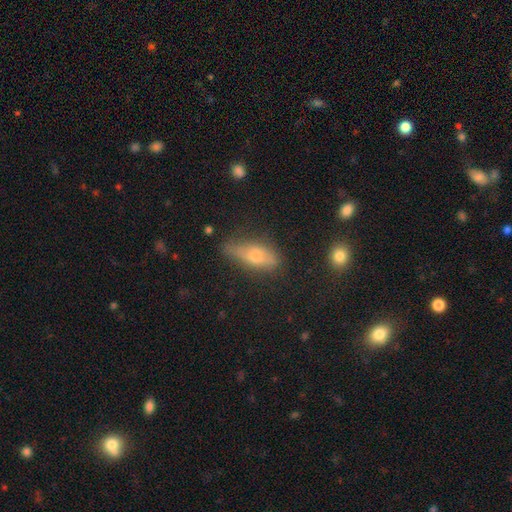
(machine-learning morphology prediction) This is possibly a smooth galaxy (53%). How rounded: possibly in between (53%). Merging: likely none (63%).